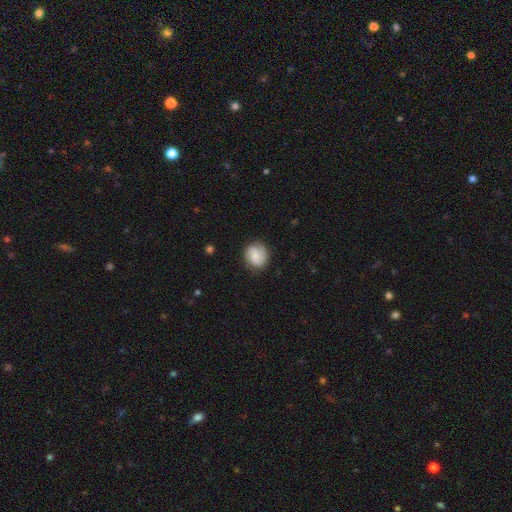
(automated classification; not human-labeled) smooth_or_featured: smooth (p=0.61) [alt: featured or disk p=0.31]
how_rounded: round (p=0.72) [alt: in between p=0.27]
merging: none (p=0.77) [alt: minor disturbance p=0.17]